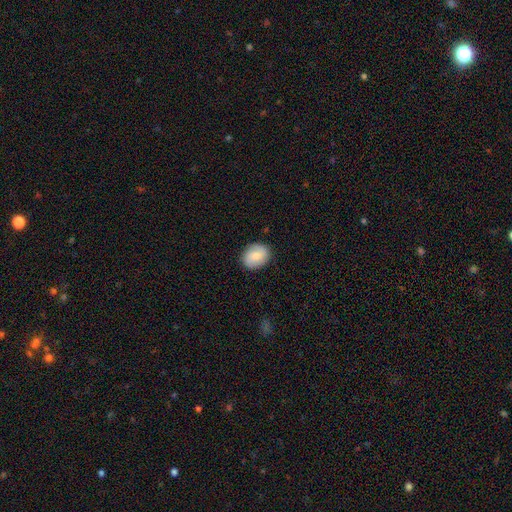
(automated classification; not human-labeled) Smooth or featured? smooth (71%)
How rounded? round (53%)
Merging? none (86%)